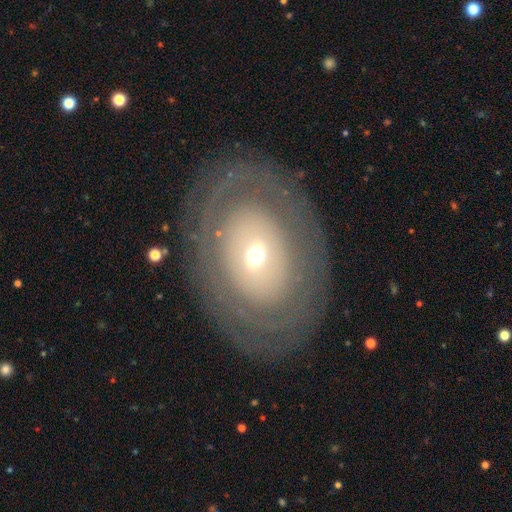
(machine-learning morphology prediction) featured or disk 64%, smooth 29%, star or artifact 7%. Down the decision tree: edge-on disk — no (93%); bar — no (82%); spiral arms — no (63%); bulge size — small (49%); merging — none (83%).